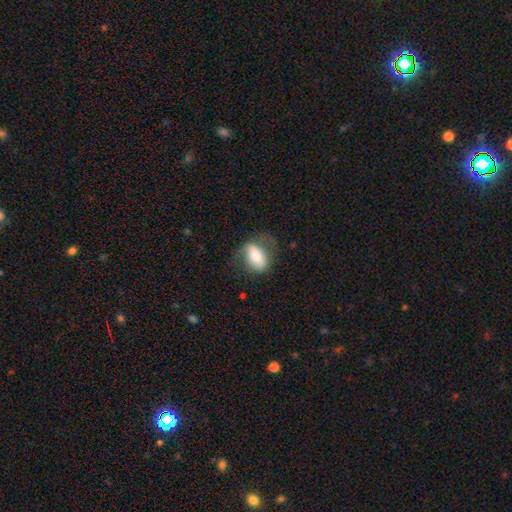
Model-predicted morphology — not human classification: Smooth or featured?
  - smooth: 59% *
  - featured or disk: 34%
  - star or artifact: 7%
How rounded?
  - in between: 85% *
  - round: 10%
  - cigar-shaped: 5%
Merging?
  - none: 57% *
  - minor disturbance: 25%
  - major disturbance: 16%
  - merger: 2%